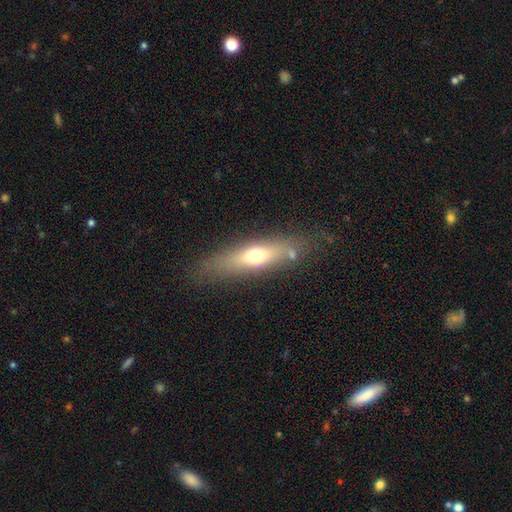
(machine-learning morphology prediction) smooth-or-featured: smooth: 54% | featured or disk: 38% | star or artifact: 8%
  how-rounded: cigar-shaped: 65% | in between: 32% | round: 3%
  merging: none: 76% | minor disturbance: 14% | major disturbance: 5% | merger: 5%